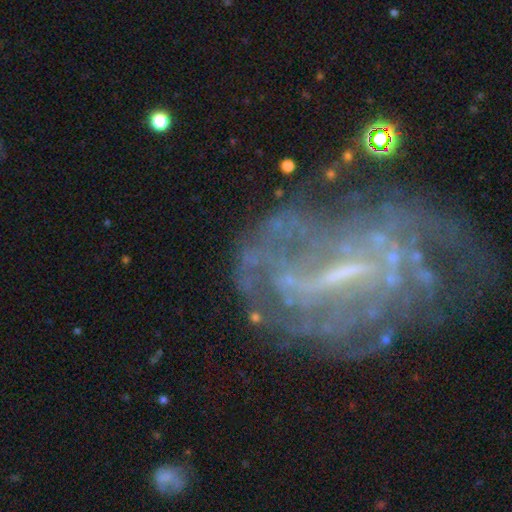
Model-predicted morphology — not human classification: type=featured or disk (76%); edge-on=no (94%); bar=strong (48%); spiral arms=yes (64%); bulge=none (41%); merging=none (55%).